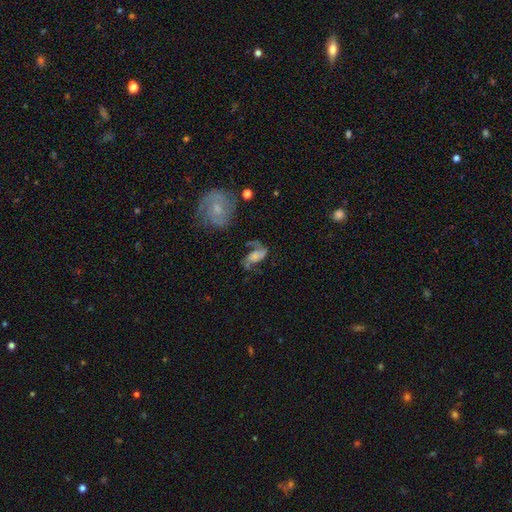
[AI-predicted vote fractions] This appears to be a featured or disk galaxy (74%) with no bar (55%), 2 (82%) loose (52%) spiral arms (92%) and no central bulge (41%). Merging: none (41%).